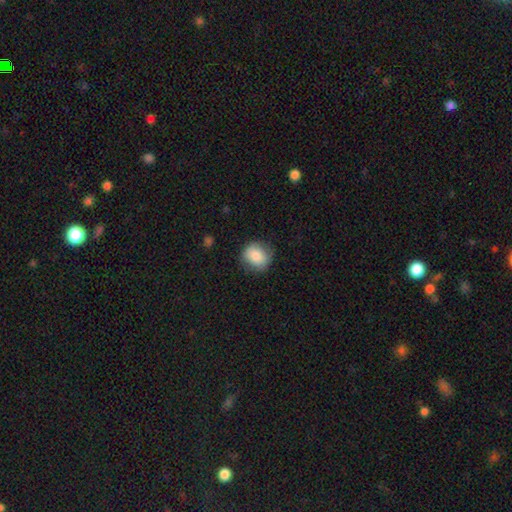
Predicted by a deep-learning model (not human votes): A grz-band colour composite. It shows a smooth galaxy with no disk features (82%) that is round (79%). Merging: none (79%).